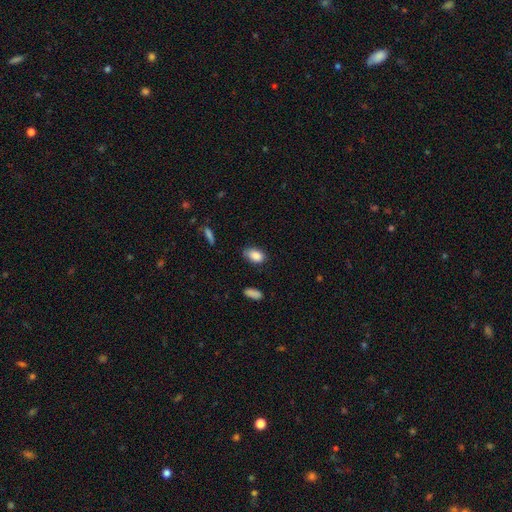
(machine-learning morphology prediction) This is clearly a smooth galaxy (86%). How rounded: clearly in between (91%). Merging: likely none (74%).